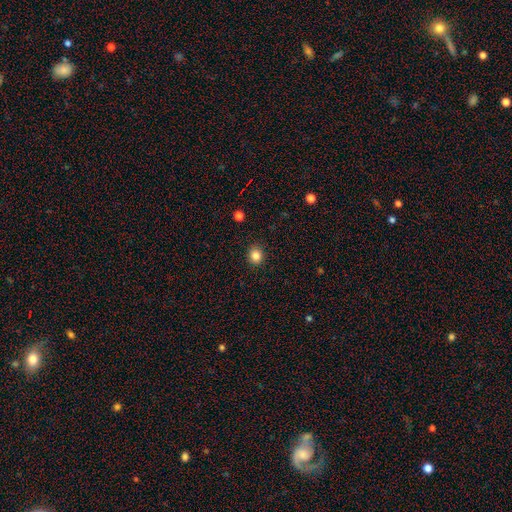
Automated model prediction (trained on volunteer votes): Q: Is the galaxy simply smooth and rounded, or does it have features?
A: smooth — 84%.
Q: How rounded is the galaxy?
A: round — 75%.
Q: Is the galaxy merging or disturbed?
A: none — 89%.